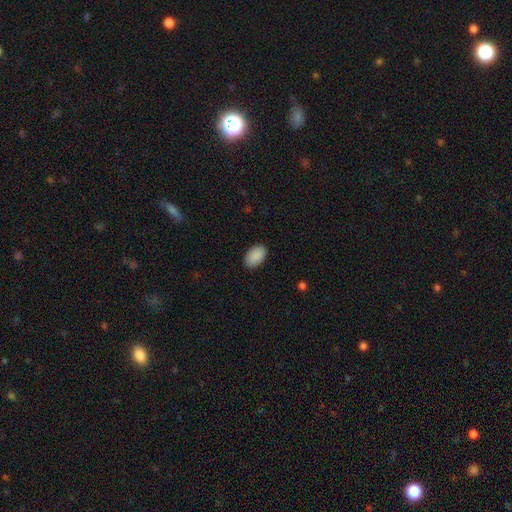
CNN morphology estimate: Overall: smooth (91%). How rounded: in between (93%). Merging: none (88%).